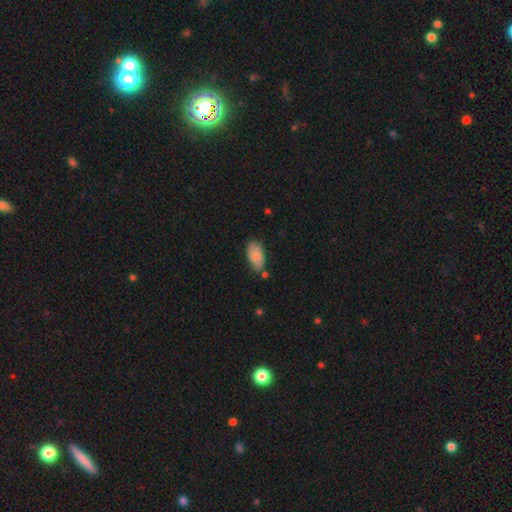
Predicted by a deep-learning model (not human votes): A smooth galaxy with no disk features (80%) that is in between round and cigar-shaped (94%).

Vote fractions:
- Smooth or featured? smooth: 80% / featured or disk: 14% / star or artifact: 6%
- How rounded? in between: 94% / cigar-shaped: 3% / round: 3%
- Merging? none: 68% / minor disturbance: 22% / merger: 5% / major disturbance: 4%